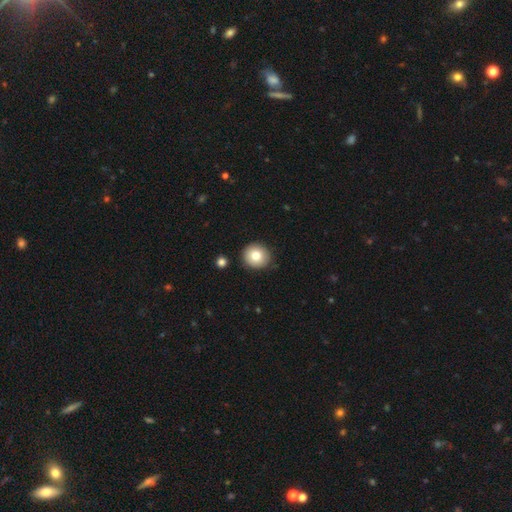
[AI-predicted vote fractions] This is likely a smooth galaxy (80%). How rounded: clearly round (93%). Merging: clearly none (88%).